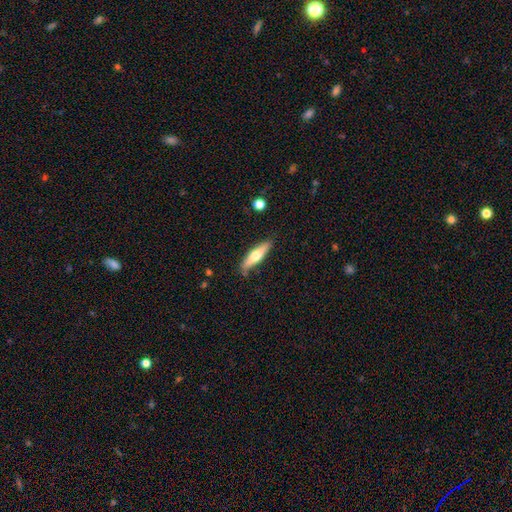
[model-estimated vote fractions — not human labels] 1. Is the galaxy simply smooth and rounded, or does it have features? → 49% smooth, 45% featured or disk, 6% star or artifact.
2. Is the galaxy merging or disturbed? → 84% none, 12% minor disturbance, 2% major disturbance, 2% merger.